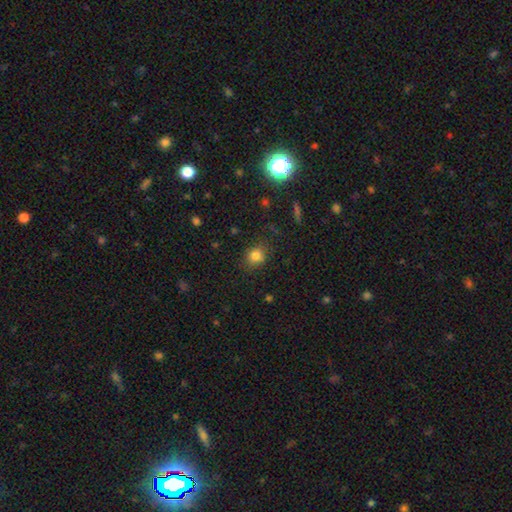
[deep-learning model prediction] Smooth or featured? Predicted: smooth (p=0.81). How rounded? Predicted: round (p=0.70). Merging? Predicted: none (p=0.79).